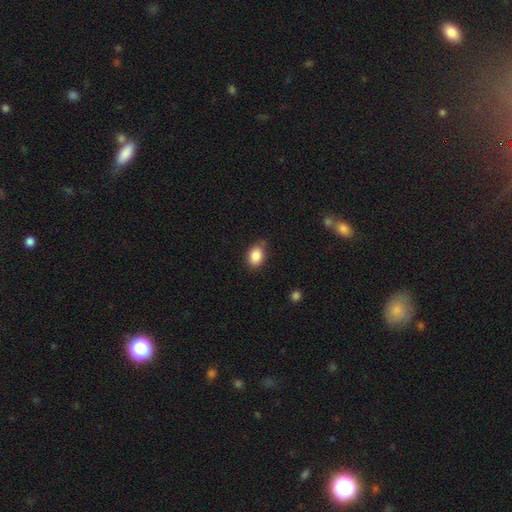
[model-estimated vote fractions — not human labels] Smooth or featured? smooth (87%)
How rounded? in between (78%)
Merging? none (73%)